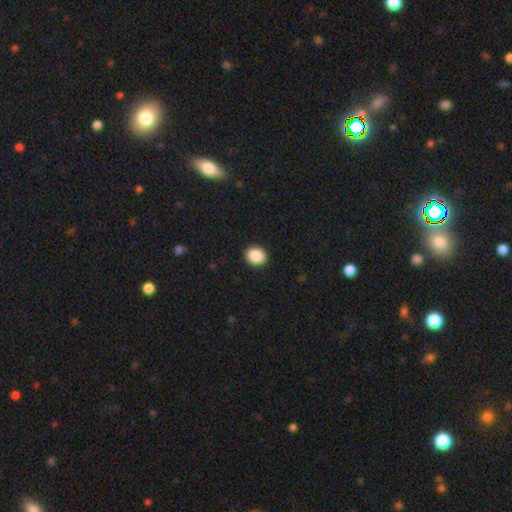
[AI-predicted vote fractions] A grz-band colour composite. It shows a smooth galaxy with no disk features (89%) that is round (65%). Merging: none (92%).